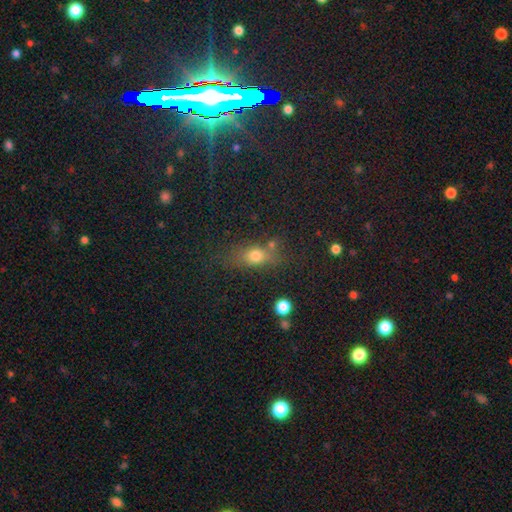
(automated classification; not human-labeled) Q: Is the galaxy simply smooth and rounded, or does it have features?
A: smooth — 71%.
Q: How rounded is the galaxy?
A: in between — 59%.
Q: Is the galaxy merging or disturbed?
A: none — 61%.